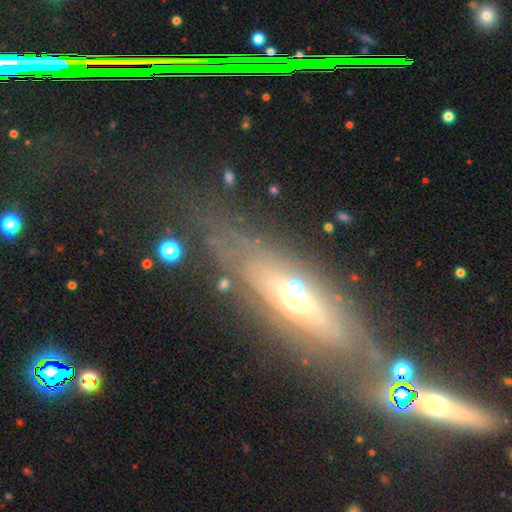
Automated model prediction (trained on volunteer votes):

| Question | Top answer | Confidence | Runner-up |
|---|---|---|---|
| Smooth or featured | featured or disk | 49% | smooth (29%) |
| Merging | none | 70% | minor disturbance (14%) |